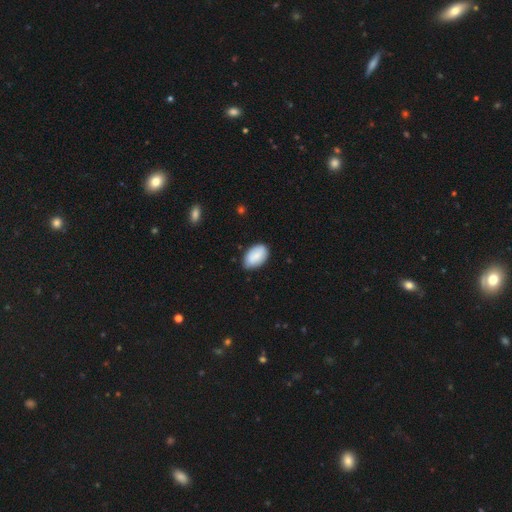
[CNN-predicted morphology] Smooth or featured: smooth — 85% (featured or disk — 9%)
How rounded: in between — 93% (round — 6%)
Merging: none — 77% (minor disturbance — 19%)